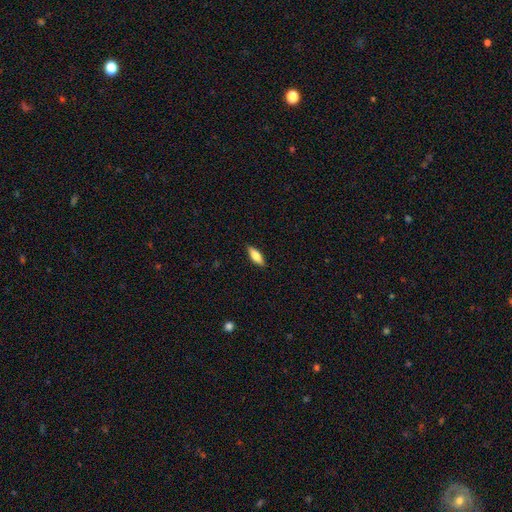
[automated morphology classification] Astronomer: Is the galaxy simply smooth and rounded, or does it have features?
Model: smooth — 74%.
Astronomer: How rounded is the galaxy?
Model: in between — 62%.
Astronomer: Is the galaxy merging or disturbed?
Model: none — 88%.